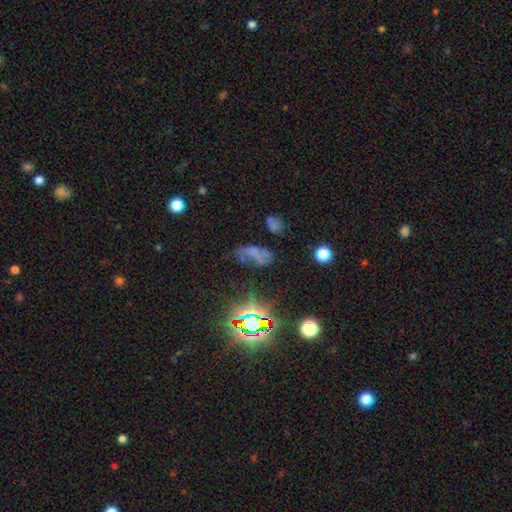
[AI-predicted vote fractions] Smooth or featured?
  - star or artifact: 65% *
  - smooth: 19%
  - featured or disk: 15%